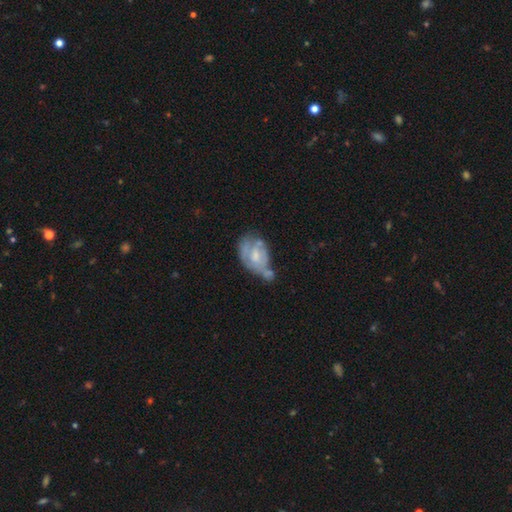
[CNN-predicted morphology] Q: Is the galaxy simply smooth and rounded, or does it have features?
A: featured or disk — 59%.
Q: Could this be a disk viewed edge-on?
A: no — 96%.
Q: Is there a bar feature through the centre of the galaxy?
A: no — 66%.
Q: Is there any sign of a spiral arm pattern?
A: no — 52%.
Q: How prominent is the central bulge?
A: moderate — 45%.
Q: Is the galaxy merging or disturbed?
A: merger — 29%.